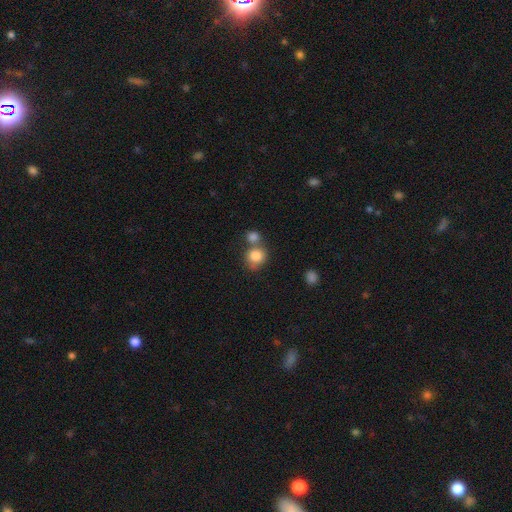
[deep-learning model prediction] The model was most divided on "merging": none: 49%, merger: 35%, minor disturbance: 11%, major disturbance: 4%. More confident: smooth or featured — smooth (83%); how rounded — round (80%).